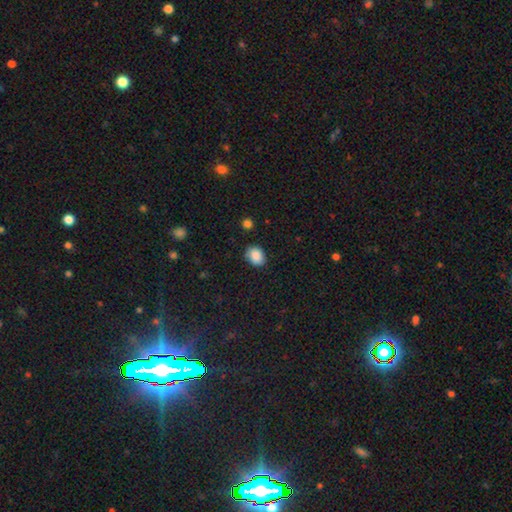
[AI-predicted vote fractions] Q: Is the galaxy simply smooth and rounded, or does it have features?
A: smooth — 88%.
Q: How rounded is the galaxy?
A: in between — 58%.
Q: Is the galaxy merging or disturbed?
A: none — 81%.